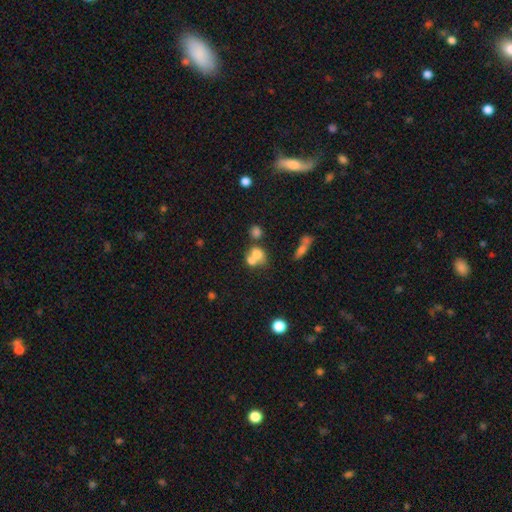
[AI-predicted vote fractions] Smooth or featured: smooth — 68% (featured or disk — 20%)
How rounded: round — 58% (in between — 41%)
Merging: merger — 61% (none — 26%)